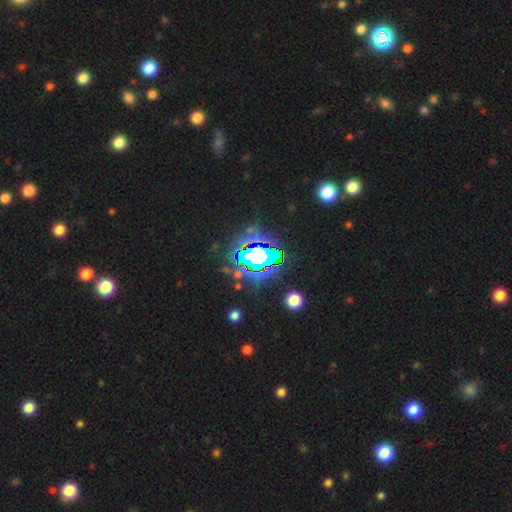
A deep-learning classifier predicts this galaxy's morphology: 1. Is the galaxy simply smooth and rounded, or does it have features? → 67% star or artifact, 17% featured or disk, 16% smooth.